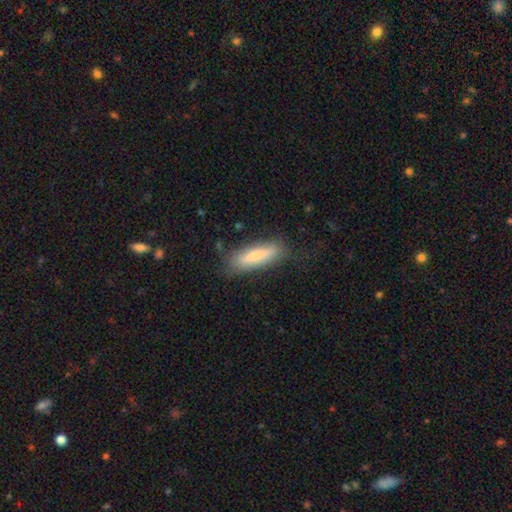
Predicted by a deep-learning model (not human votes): smooth-or-featured: smooth: 71% | featured or disk: 23% | star or artifact: 6%
  how-rounded: cigar-shaped: 63% | in between: 35% | round: 2%
  merging: none: 76% | minor disturbance: 17% | major disturbance: 5% | merger: 2%